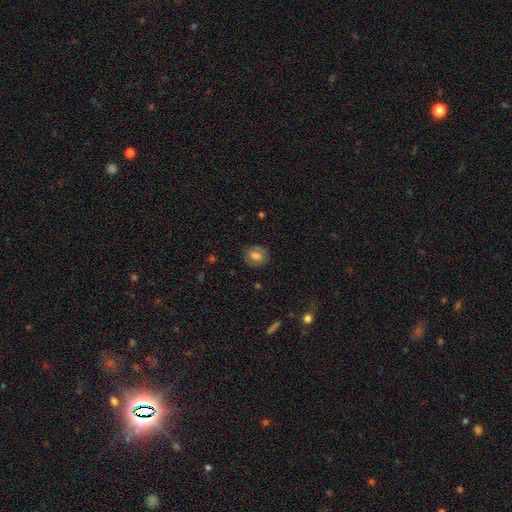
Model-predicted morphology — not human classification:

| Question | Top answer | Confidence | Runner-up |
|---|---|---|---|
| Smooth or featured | smooth | 67% | featured or disk (24%) |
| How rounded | round | 65% | in between (34%) |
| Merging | none | 82% | minor disturbance (13%) |